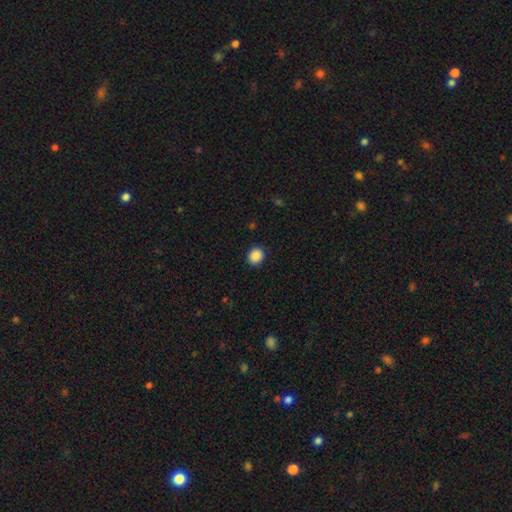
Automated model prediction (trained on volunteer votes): Smooth or featured: smooth — 89% (star or artifact — 9%)
How rounded: round — 76% (in between — 24%)
Merging: none — 89% (minor disturbance — 7%)